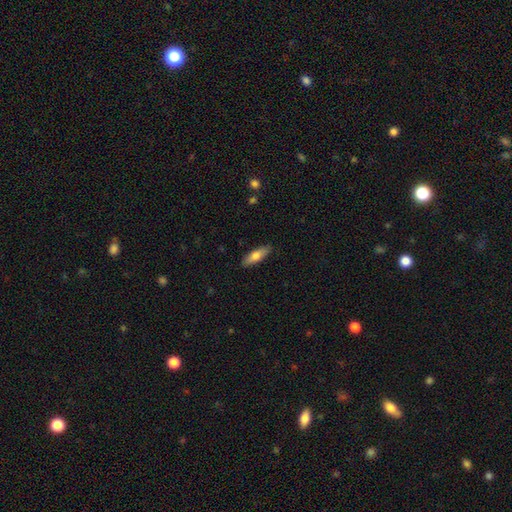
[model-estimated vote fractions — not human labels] Morphology: type=smooth (71%); roundness=cigar-shaped (50%); merging=none (88%).